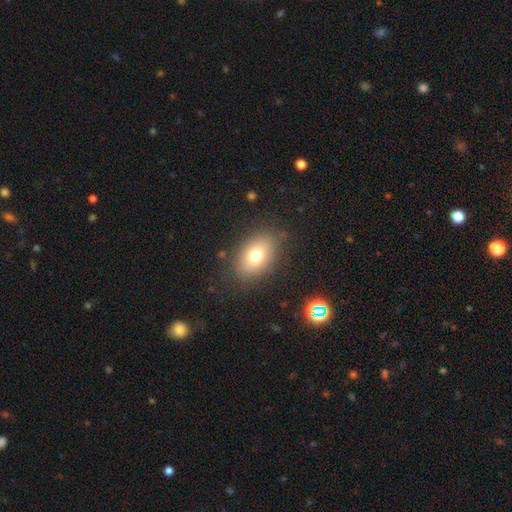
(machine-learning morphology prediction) Overall: smooth (75%). How rounded: in between (82%). Merging: none (82%).